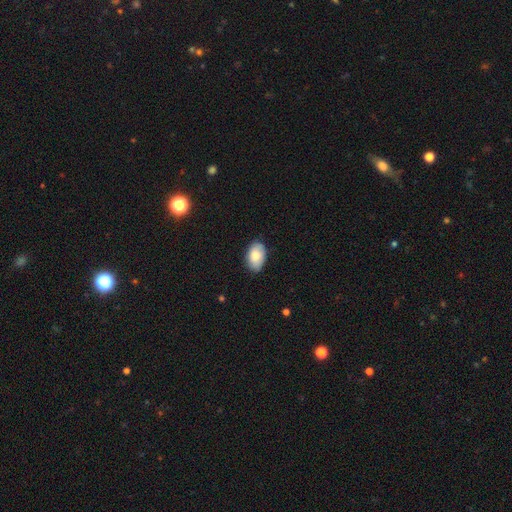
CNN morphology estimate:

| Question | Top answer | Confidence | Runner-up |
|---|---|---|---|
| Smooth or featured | smooth | 80% | featured or disk (14%) |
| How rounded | in between | 91% | round (8%) |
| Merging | none | 80% | minor disturbance (16%) |